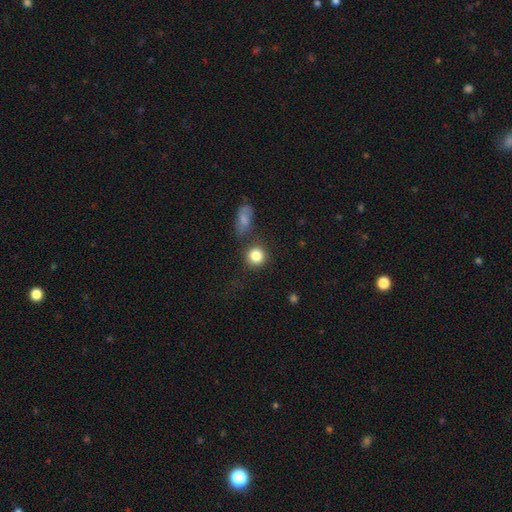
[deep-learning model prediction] Morphology: type=smooth (84%); roundness=round (87%); merging=none (72%).